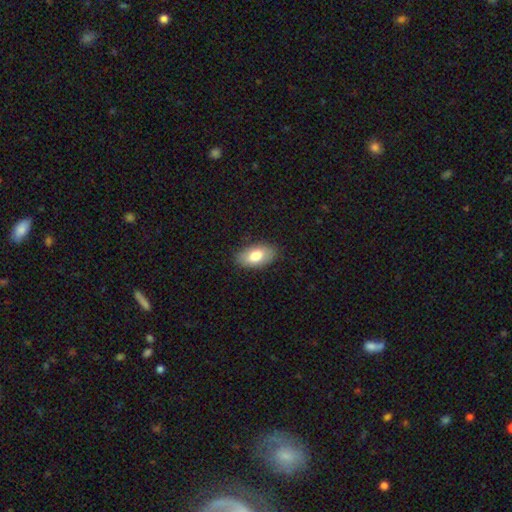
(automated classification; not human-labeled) smooth 80%, featured or disk 14%, star or artifact 6%. Down the decision tree: how rounded — in between (94%); merging — none (84%).